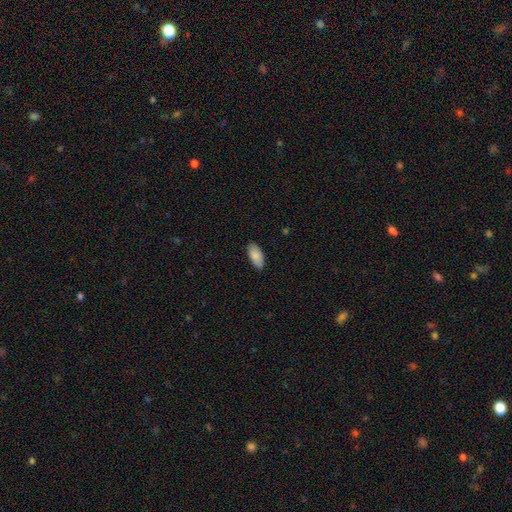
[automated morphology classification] smooth_or_featured: smooth (p=0.87) [alt: featured or disk p=0.07]
how_rounded: in between (p=0.92) [alt: cigar-shaped p=0.07]
merging: none (p=0.87) [alt: minor disturbance p=0.10]